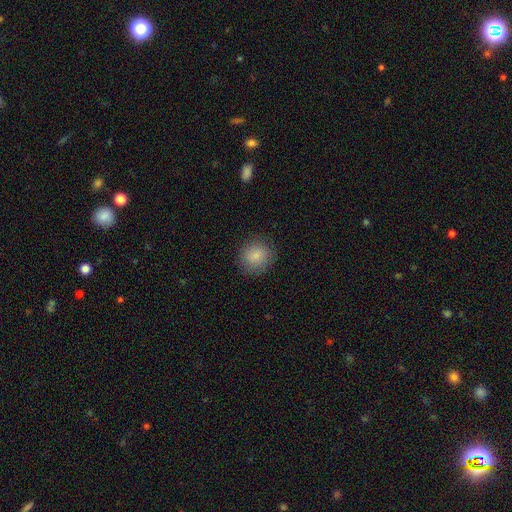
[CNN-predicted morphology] A smooth galaxy with no disk features (86%) that is round (80%). Merging: none (86%).